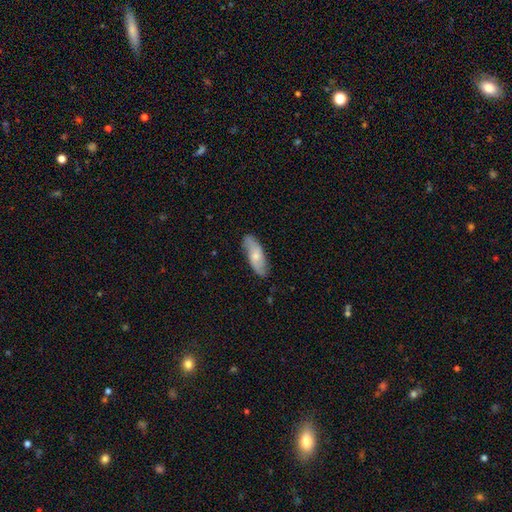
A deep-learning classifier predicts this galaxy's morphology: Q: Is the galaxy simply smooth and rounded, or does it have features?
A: smooth — 57%.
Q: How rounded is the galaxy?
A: in between — 66%.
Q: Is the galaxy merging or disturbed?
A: none — 79%.